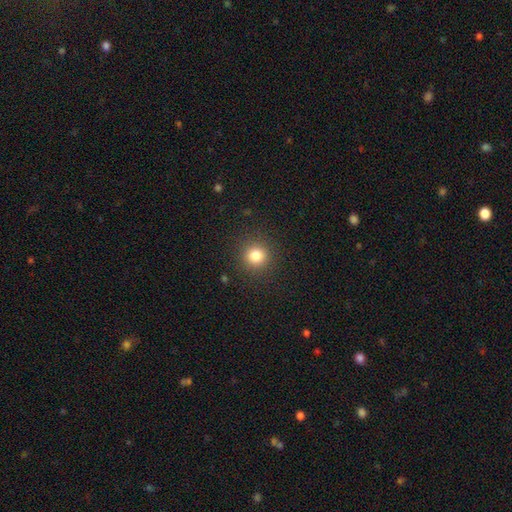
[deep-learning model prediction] smooth_or_featured: smooth (p=0.81) [alt: star or artifact p=0.13]
how_rounded: round (p=0.93) [alt: in between p=0.06]
merging: none (p=0.90) [alt: minor disturbance p=0.06]